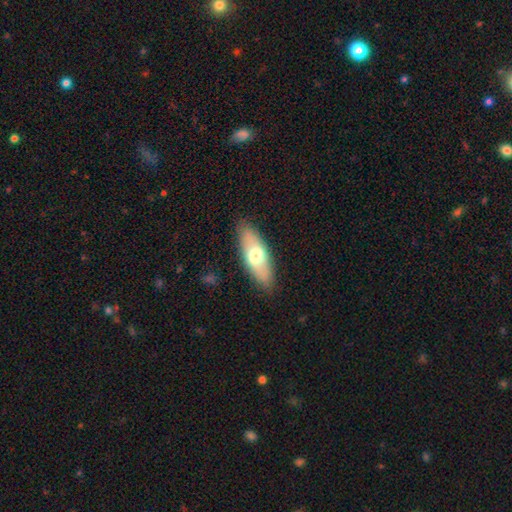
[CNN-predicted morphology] A smooth galaxy with no disk features (62%) that is in between round and cigar-shaped (68%).

Vote fractions:
- Smooth or featured? smooth: 62% / featured or disk: 33% / star or artifact: 6%
- How rounded? in between: 68% / cigar-shaped: 30% / round: 3%
- Merging? none: 87% / minor disturbance: 9% / major disturbance: 2% / merger: 1%